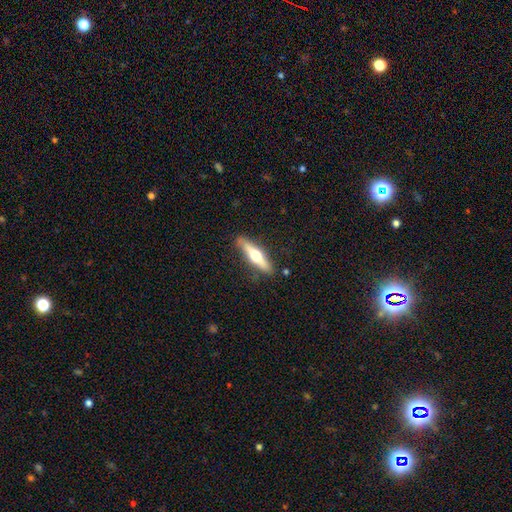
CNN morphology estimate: Overall: featured or disk (60%; smooth 35%). Edge-on disk: yes (95%). Edge-on bulge: rounded (95%). Merging: none (86%).